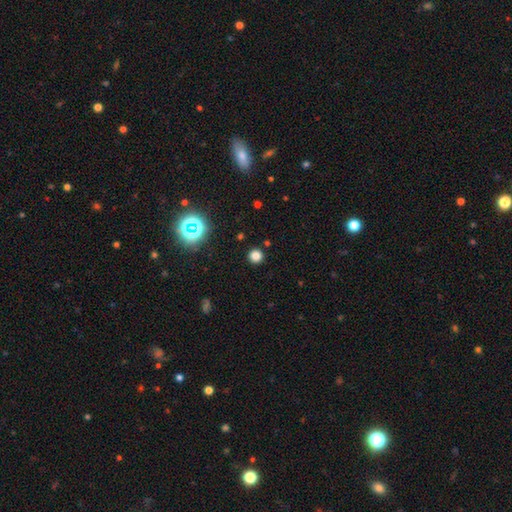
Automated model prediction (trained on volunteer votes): Q: Smooth or featured?
A: smooth (78%); runner-up: star or artifact (18%)
Q: How rounded?
A: round (95%); runner-up: in between (4%)
Q: Merging?
A: none (91%); runner-up: minor disturbance (5%)